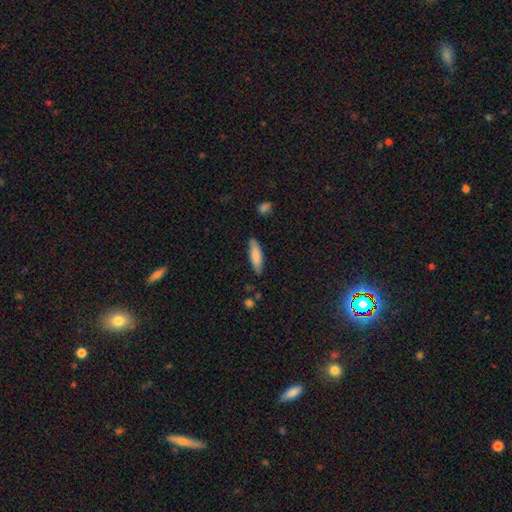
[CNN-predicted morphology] Smooth or featured? Predicted: smooth (p=0.83). How rounded? Predicted: cigar-shaped (p=0.60). Merging? Predicted: none (p=0.82).